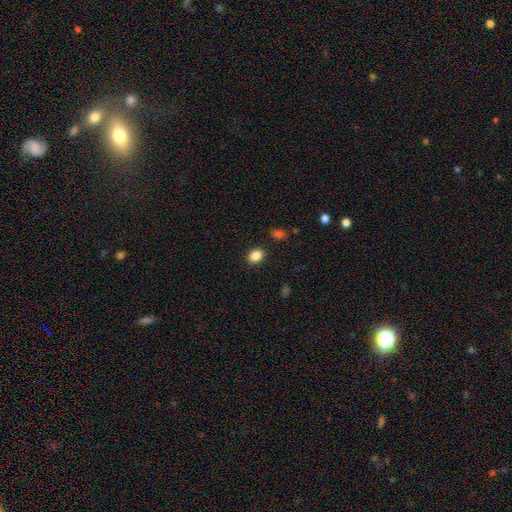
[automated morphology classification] A smooth galaxy with no disk features (86%) that is in between round and cigar-shaped (64%). Merging: none (88%).